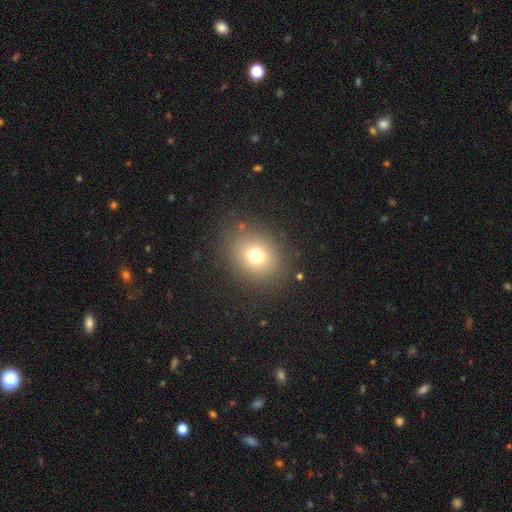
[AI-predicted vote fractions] This is likely a smooth galaxy (73%). How rounded: possibly round (60%). Merging: clearly none (85%).